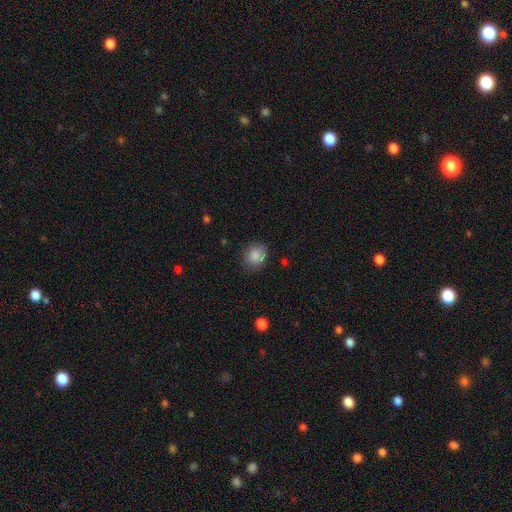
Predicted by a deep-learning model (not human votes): A smooth galaxy with no disk features (86%) that is round (71%). Merging: none (81%).